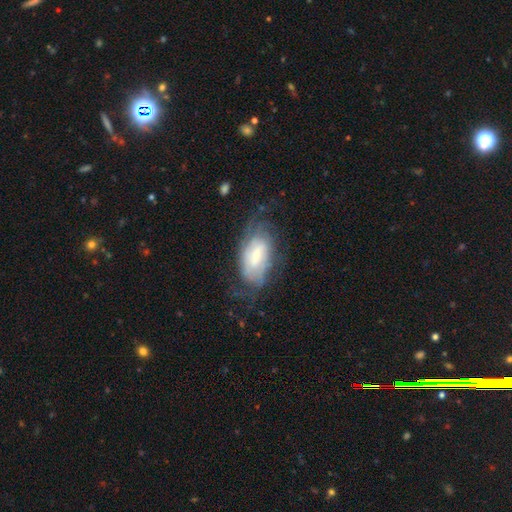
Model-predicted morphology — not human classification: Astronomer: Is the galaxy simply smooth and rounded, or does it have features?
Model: featured or disk — 61%.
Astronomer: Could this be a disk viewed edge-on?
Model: no — 93%.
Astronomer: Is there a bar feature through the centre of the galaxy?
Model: weak — 46% (runner-up: no, 38%).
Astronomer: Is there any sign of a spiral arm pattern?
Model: yes — 81%.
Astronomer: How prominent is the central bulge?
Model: small — 47% (runner-up: moderate, 34%).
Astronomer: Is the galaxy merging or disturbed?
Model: none — 55%.